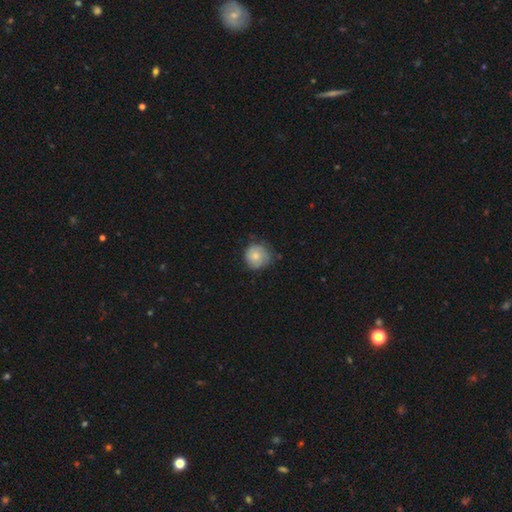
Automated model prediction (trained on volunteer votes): smooth 71%, featured or disk 22%, star or artifact 7%. Down the decision tree: how rounded — round (90%); merging — none (64%).